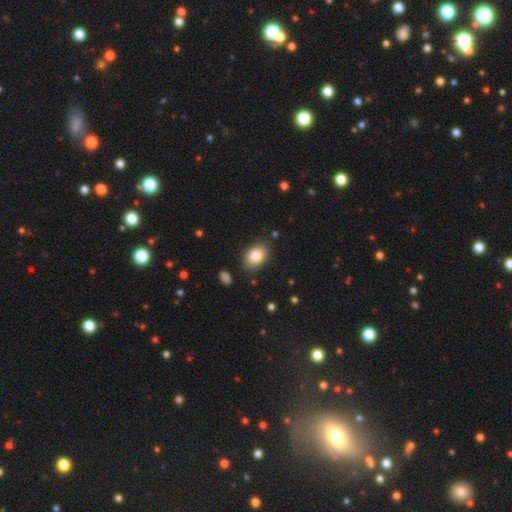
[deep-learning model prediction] Smooth or featured? Predicted: smooth (p=0.84). How rounded? Predicted: in between (p=0.82). Merging? Predicted: none (p=0.85).